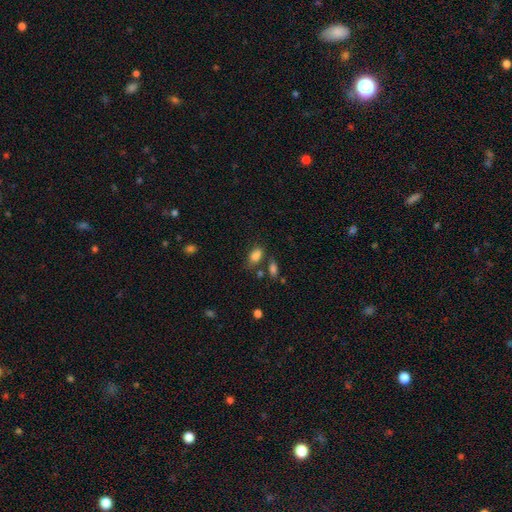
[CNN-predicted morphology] Smooth or featured? smooth (83%)
How rounded? in between (87%)
Merging? none (58%)